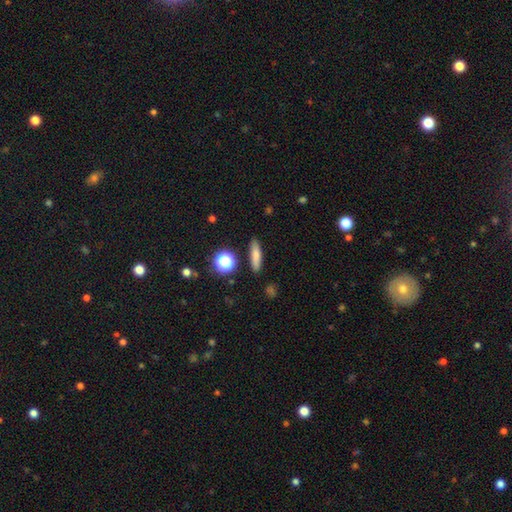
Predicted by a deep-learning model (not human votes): Overall: smooth (76%). How rounded: cigar-shaped (68%). Merging: none (87%).